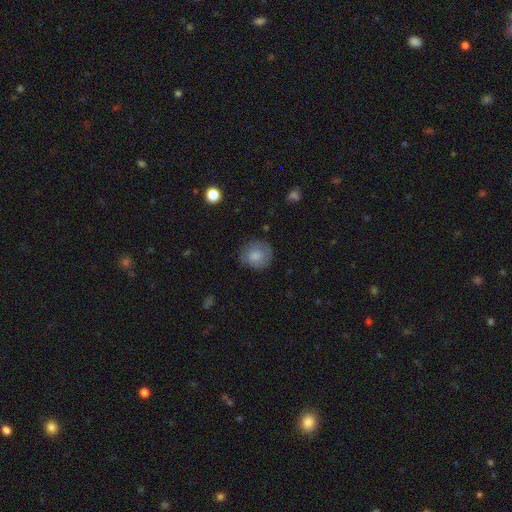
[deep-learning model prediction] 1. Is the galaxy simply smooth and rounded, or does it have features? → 78% smooth, 14% featured or disk, 8% star or artifact.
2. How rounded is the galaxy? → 86% round, 13% in between, 1% cigar-shaped.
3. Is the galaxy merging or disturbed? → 76% none, 18% minor disturbance, 5% major disturbance, 1% merger.